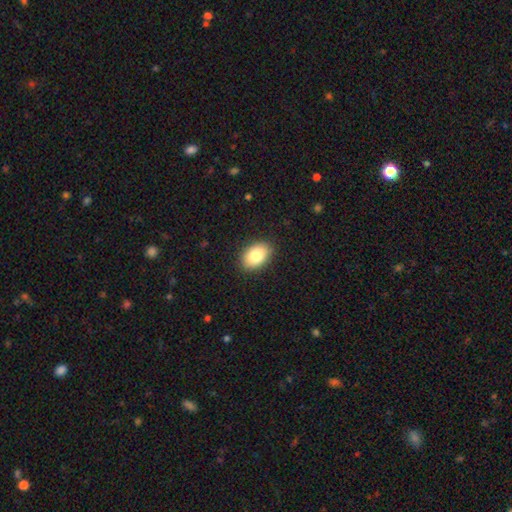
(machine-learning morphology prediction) Smooth or featured? Predicted: smooth (p=0.85). How rounded? Predicted: in between (p=0.90). Merging? Predicted: none (p=0.89).